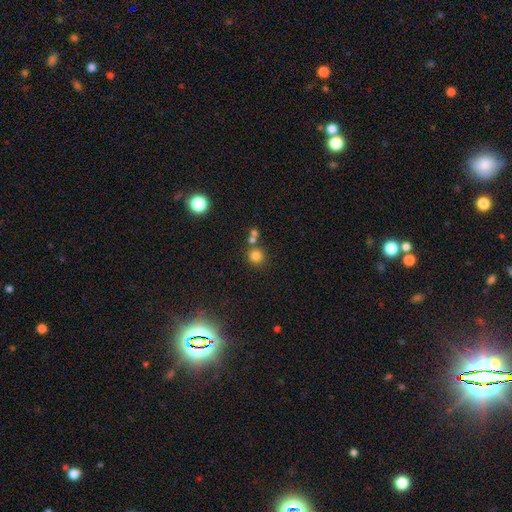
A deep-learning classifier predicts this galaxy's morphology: Smooth or featured?
  - smooth: 79% *
  - star or artifact: 15%
  - featured or disk: 6%
How rounded?
  - round: 92% *
  - in between: 7%
  - cigar-shaped: 1%
Merging?
  - none: 70% *
  - merger: 19%
  - minor disturbance: 8%
  - major disturbance: 3%